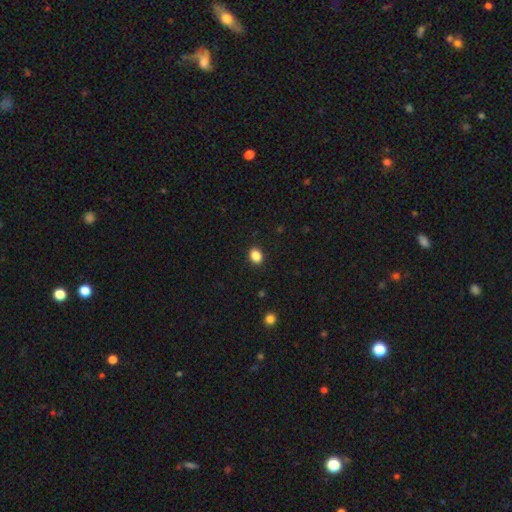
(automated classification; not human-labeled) Smooth or featured?
  - smooth: 87% *
  - star or artifact: 10%
  - featured or disk: 3%
How rounded?
  - in between: 51% *
  - round: 48%
  - cigar-shaped: 1%
Merging?
  - none: 91% *
  - minor disturbance: 6%
  - major disturbance: 2%
  - merger: 1%